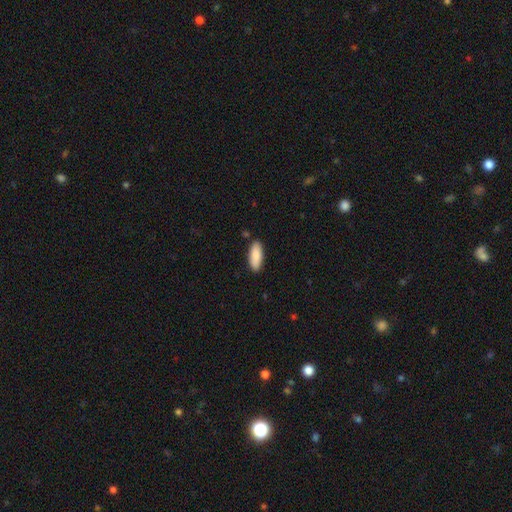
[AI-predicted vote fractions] This is clearly a smooth galaxy (87%). How rounded: likely in between (77%). Merging: clearly none (87%).